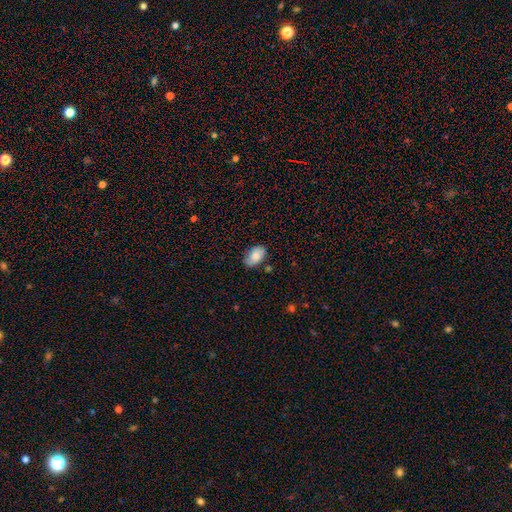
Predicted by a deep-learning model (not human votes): smooth-or-featured: smooth: 79% | featured or disk: 14% | star or artifact: 7%
  how-rounded: in between: 90% | round: 8% | cigar-shaped: 1%
  merging: none: 73% | minor disturbance: 21% | major disturbance: 4% | merger: 3%